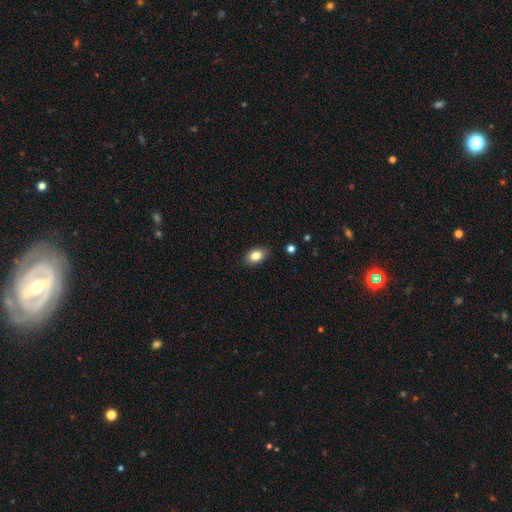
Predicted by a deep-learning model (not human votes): This appears to be a smooth galaxy with no disk features (84%) that is in between round and cigar-shaped (84%). Merging: none (87%).